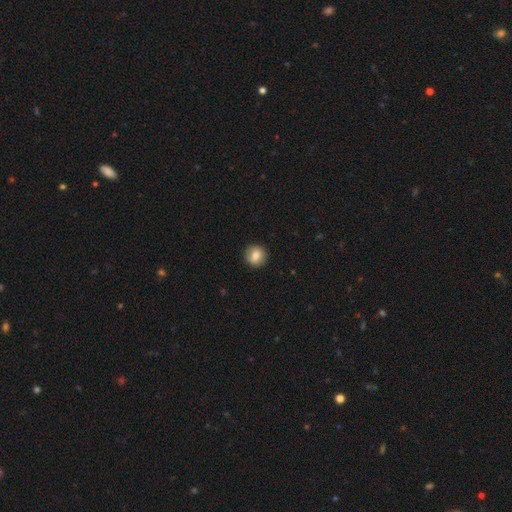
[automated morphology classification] Overall: smooth (82%). How rounded: round (91%). Merging: none (89%).